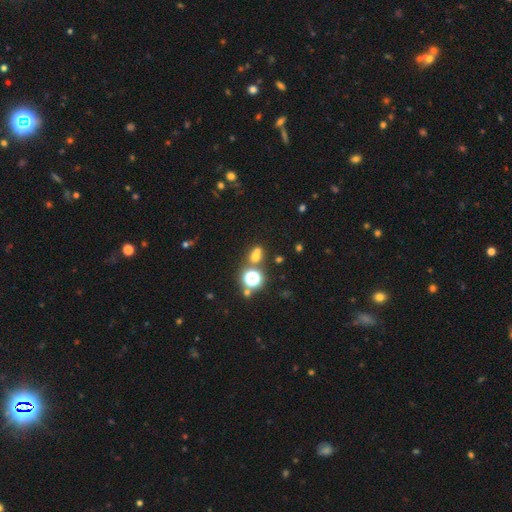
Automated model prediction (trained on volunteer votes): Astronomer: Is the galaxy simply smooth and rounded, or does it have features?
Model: smooth — 55% (runner-up: star or artifact, 33%).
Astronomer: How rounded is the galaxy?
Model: round — 62%.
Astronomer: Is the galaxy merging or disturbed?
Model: none — 49% (runner-up: merger, 35%).